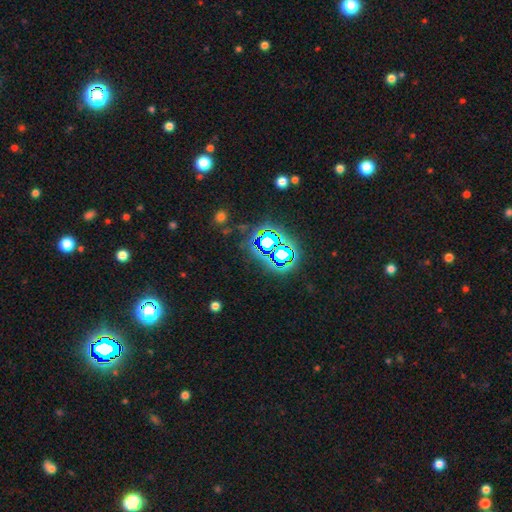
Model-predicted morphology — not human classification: The model was most divided on "smooth or featured": star or artifact: 78%, smooth: 15%, featured or disk: 7%.